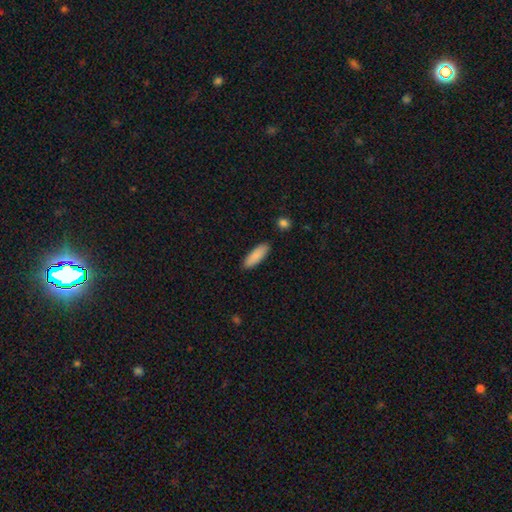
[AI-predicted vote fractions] smooth 89%, featured or disk 6%, star or artifact 6%. Down the decision tree: how rounded — in between (56%); merging — none (89%).